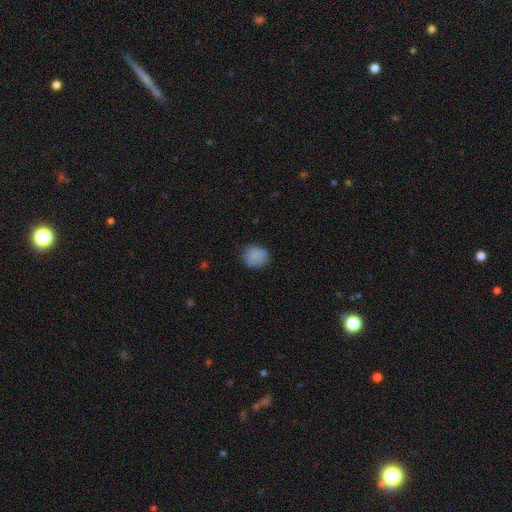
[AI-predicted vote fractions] The model was most divided on "how rounded": round: 72%, in between: 27%, cigar-shaped: 1%. More confident: smooth or featured — smooth (85%); merging — none (75%).